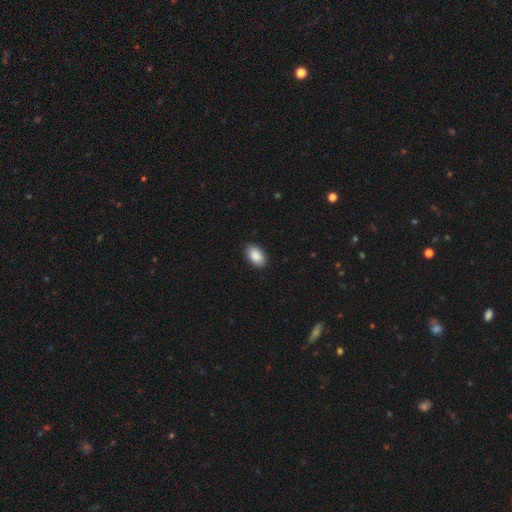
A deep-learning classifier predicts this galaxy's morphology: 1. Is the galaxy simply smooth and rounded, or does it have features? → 89% smooth, 7% star or artifact, 4% featured or disk.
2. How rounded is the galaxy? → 93% in between, 5% round, 1% cigar-shaped.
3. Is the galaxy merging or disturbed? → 88% none, 9% minor disturbance, 2% major disturbance, 1% merger.